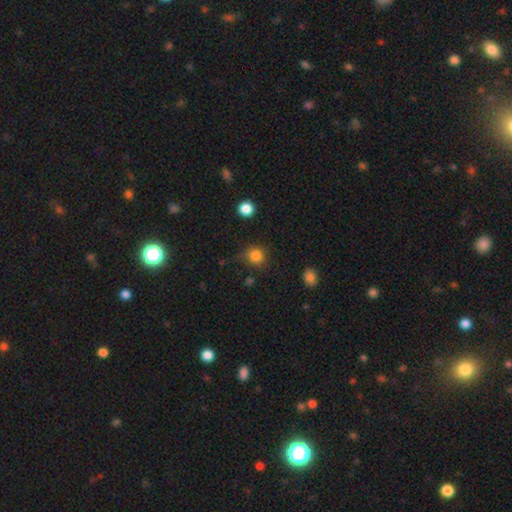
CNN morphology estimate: The model was most divided on "merging": none: 72%, minor disturbance: 18%, major disturbance: 7%, merger: 3%. More confident: how rounded — round (90%); smooth or featured — smooth (83%).